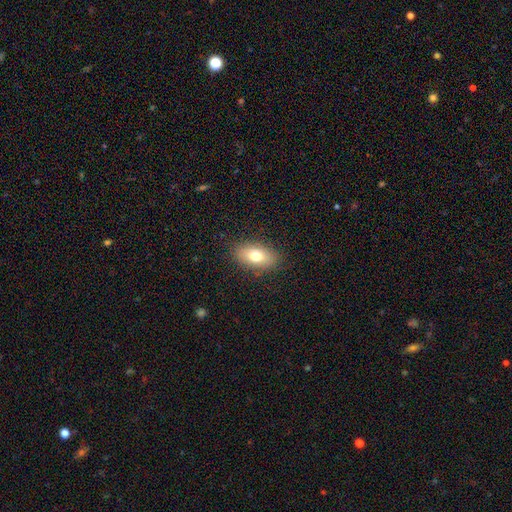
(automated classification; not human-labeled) A smooth galaxy with no disk features (74%) that is in between round and cigar-shaped (88%). Merging: none (86%).